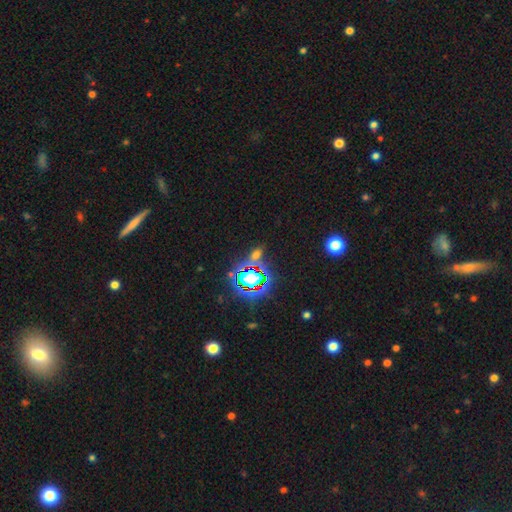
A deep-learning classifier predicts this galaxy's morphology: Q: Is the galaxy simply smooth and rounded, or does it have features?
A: star or artifact — 54%.